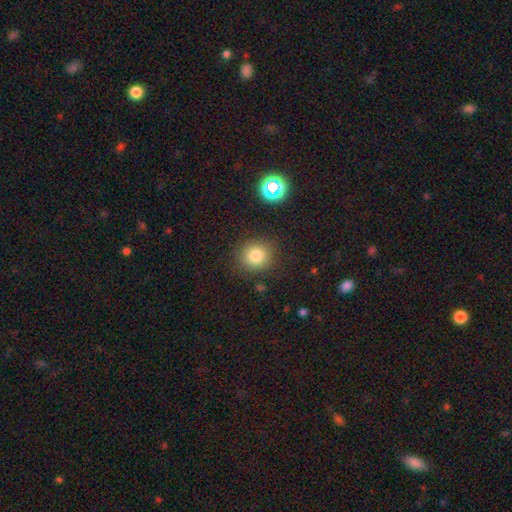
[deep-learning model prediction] Overall: smooth (80%). How rounded: round (87%). Merging: none (86%).